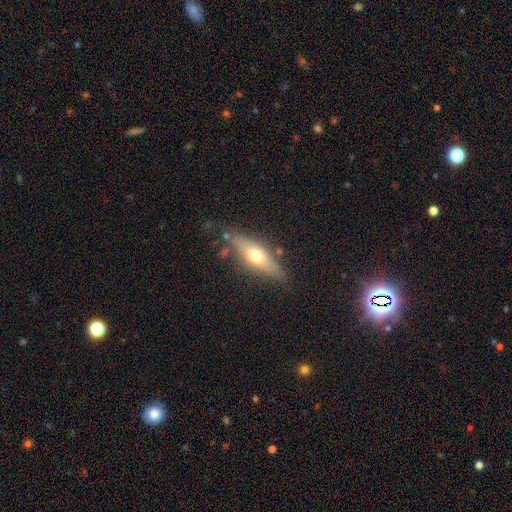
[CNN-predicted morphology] Q: Smooth or featured?
A: featured or disk (48%); runner-up: smooth (45%)
Q: Merging?
A: none (77%); runner-up: minor disturbance (15%)